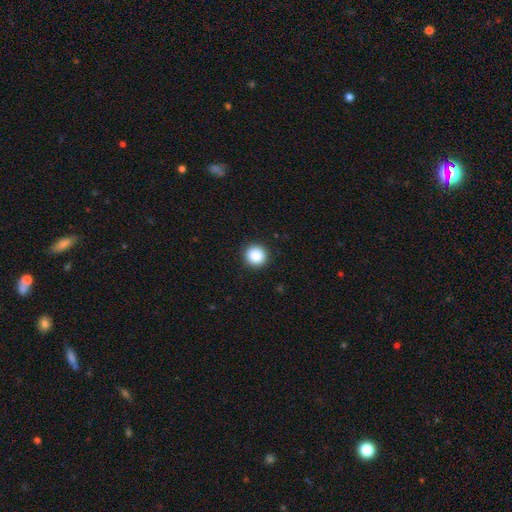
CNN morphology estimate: Smooth or featured? smooth (88%)
How rounded? round (94%)
Merging? none (93%)